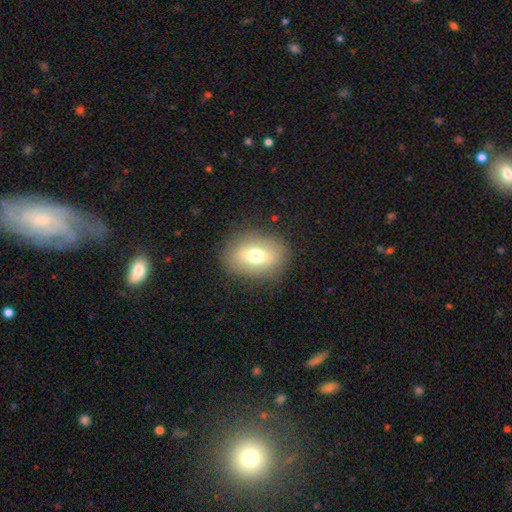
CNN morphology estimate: type=smooth (63%); roundness=in between (68%); merging=none (85%).